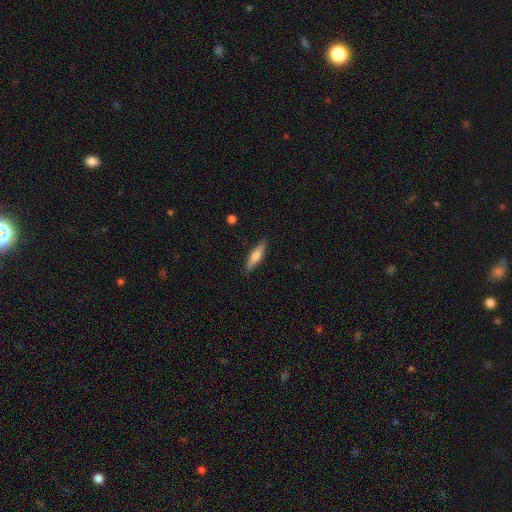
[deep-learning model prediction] Overall: smooth (65%; featured or disk 29%). How rounded: cigar-shaped (70%). Merging: none (88%).